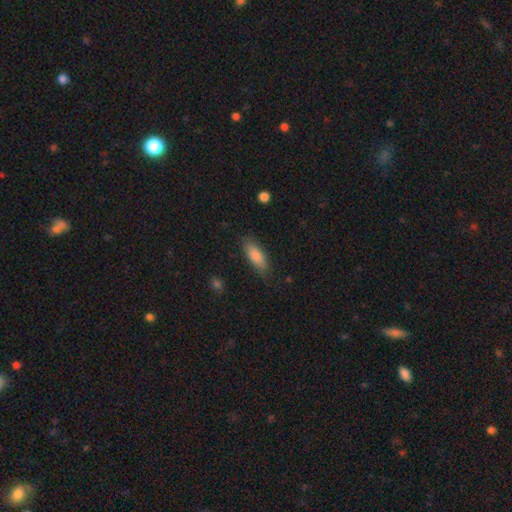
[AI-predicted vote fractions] Q: Smooth or featured?
A: smooth (86%); runner-up: featured or disk (7%)
Q: How rounded?
A: in between (73%); runner-up: cigar-shaped (25%)
Q: Merging?
A: none (81%); runner-up: minor disturbance (14%)